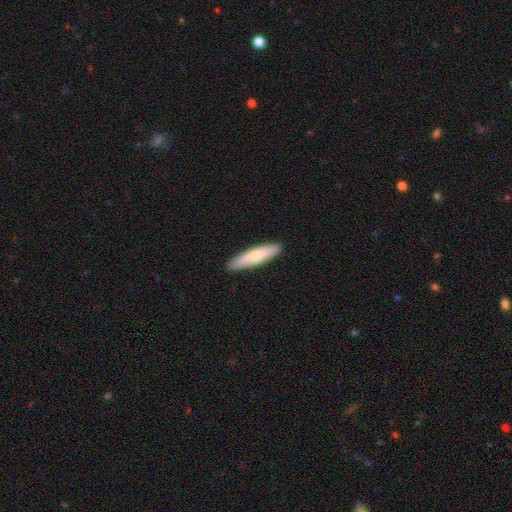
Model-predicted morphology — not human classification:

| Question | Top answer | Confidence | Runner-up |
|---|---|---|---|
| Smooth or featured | smooth | 65% | featured or disk (29%) |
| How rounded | cigar-shaped | 76% | in between (23%) |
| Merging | none | 90% | minor disturbance (8%) |